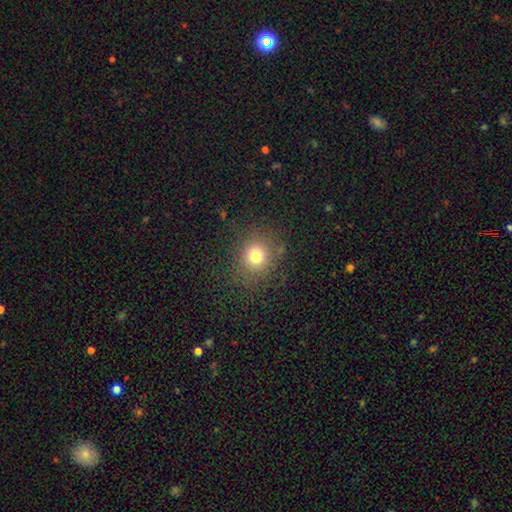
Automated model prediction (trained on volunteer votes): smooth-or-featured: smooth: 75% | star or artifact: 16% | featured or disk: 9%
  how-rounded: round: 83% | in between: 16% | cigar-shaped: 1%
  merging: none: 81% | minor disturbance: 11% | major disturbance: 6% | merger: 2%